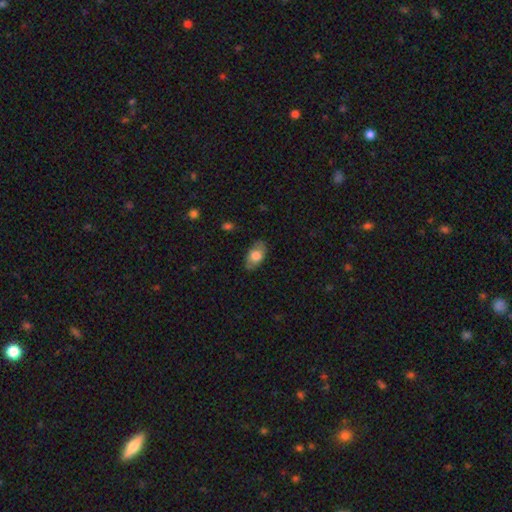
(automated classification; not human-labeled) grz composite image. It shows a smooth galaxy with no disk features (73%) that is in between round and cigar-shaped (92%). Merging: none (81%).